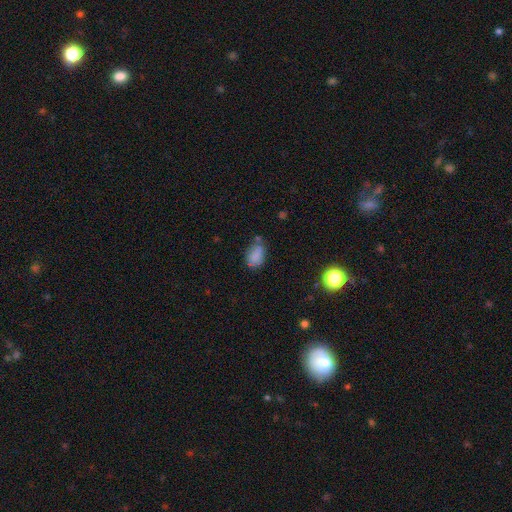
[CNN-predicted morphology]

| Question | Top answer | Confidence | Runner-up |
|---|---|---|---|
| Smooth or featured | smooth | 80% | star or artifact (11%) |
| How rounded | in between | 86% | round (12%) |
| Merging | none | 55% | minor disturbance (28%) |